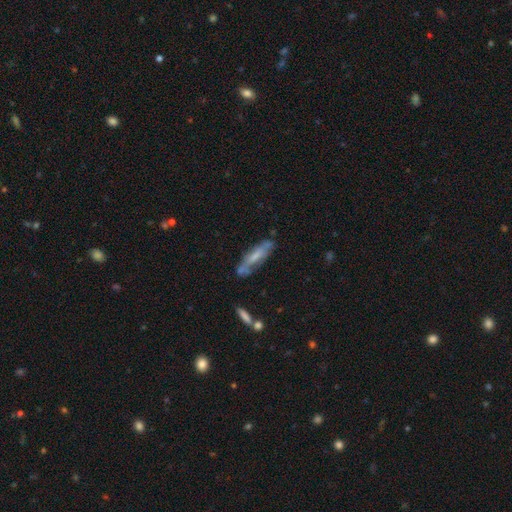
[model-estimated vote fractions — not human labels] This appears to be a featured or disk galaxy (50%). Merging: none (60%).